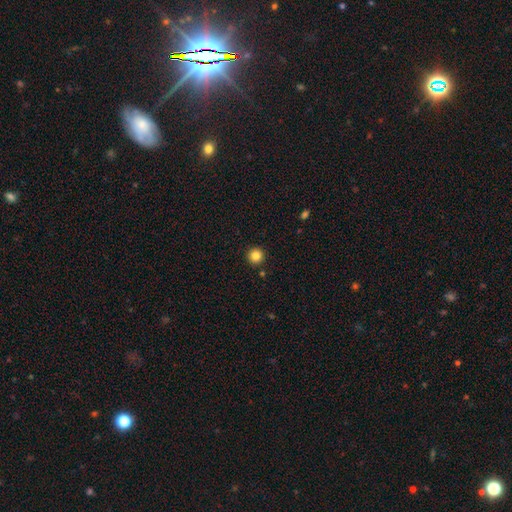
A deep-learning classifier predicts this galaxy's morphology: Smooth or featured? smooth (84%)
How rounded? round (96%)
Merging? none (92%)